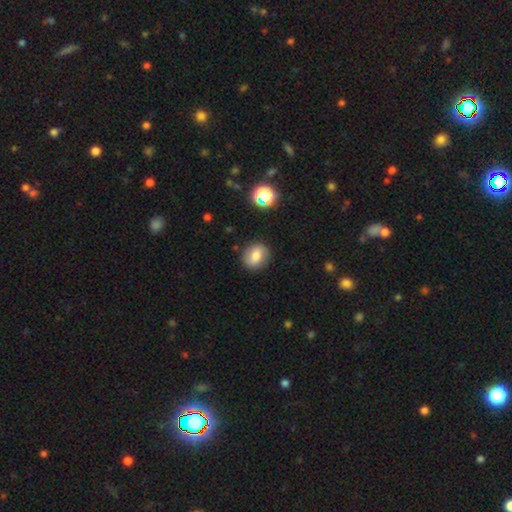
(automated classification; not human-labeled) A smooth galaxy with no disk features (72%) that is round (64%).

Vote fractions:
- Smooth or featured? smooth: 72% / featured or disk: 18% / star or artifact: 11%
- How rounded? round: 64% / in between: 34% / cigar-shaped: 1%
- Merging? none: 85% / minor disturbance: 10% / major disturbance: 3% / merger: 2%